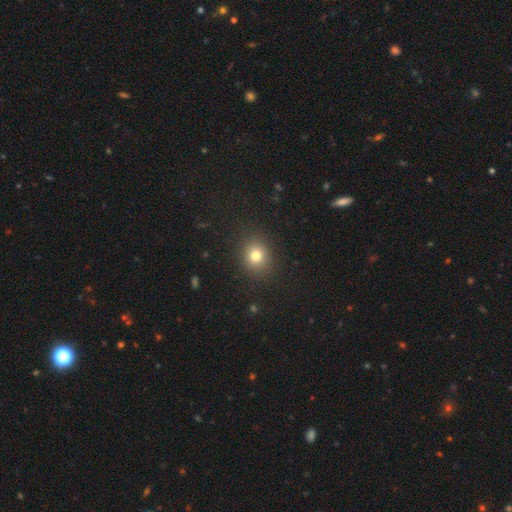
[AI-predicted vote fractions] This appears to be a smooth galaxy with no disk features (77%) that is round (70%). Merging: none (88%).